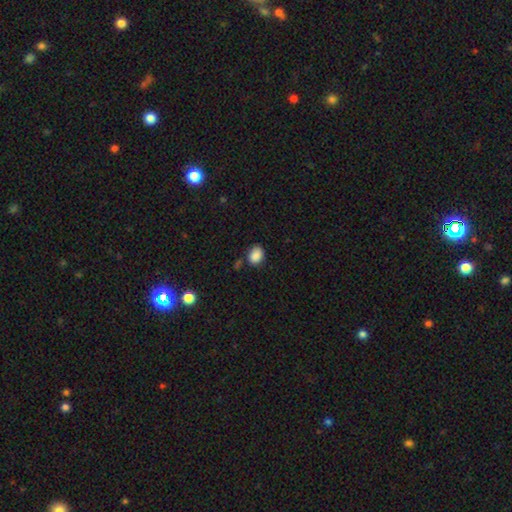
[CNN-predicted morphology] This appears to be a smooth galaxy with no disk features (87%) that is in between round and cigar-shaped (62%). Merging: none (74%).